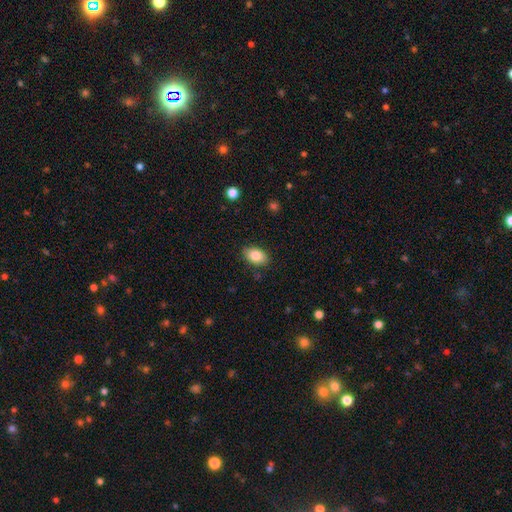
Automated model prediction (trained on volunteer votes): Overall: smooth (84%). How rounded: in between (88%). Merging: none (86%).